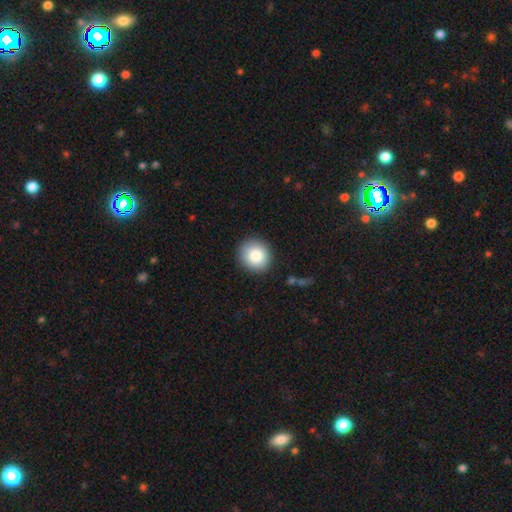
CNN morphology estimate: type=smooth (85%); roundness=round (87%); merging=none (89%).